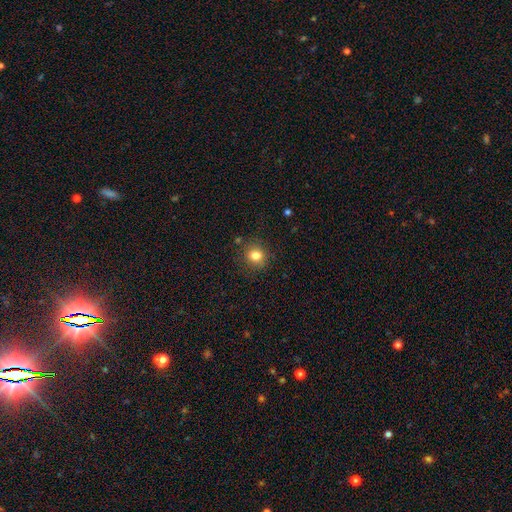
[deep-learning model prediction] smooth-or-featured: smooth: 81% | star or artifact: 12% | featured or disk: 7%
  how-rounded: round: 86% | in between: 13% | cigar-shaped: 1%
  merging: none: 85% | minor disturbance: 10% | major disturbance: 3% | merger: 2%